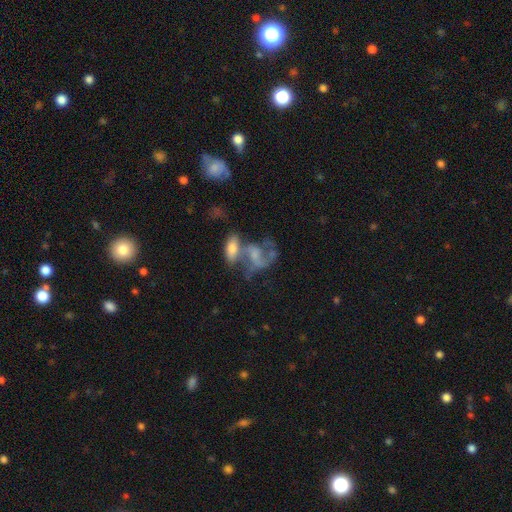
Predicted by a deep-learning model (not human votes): This is possibly a featured or disk galaxy (57%). It is clearly not viewed edge-on (95%). Bar: likely no (66%). Spiral arm pattern: likely yes (65%). Central bulge: marginally small (36%). Merging: possibly merger (51%).